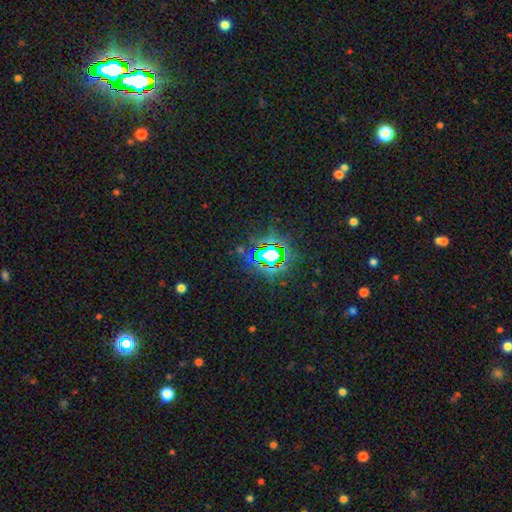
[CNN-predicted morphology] A star or artifact, not a galaxy (81%).